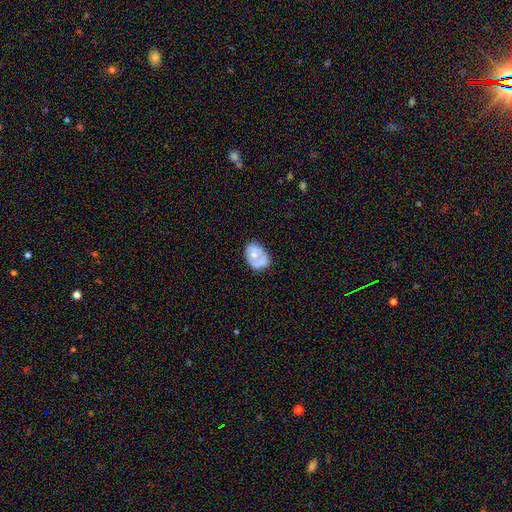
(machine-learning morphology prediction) A smooth galaxy with no disk features (53%) that is in between round and cigar-shaped (69%).

Vote fractions:
- Smooth or featured? smooth: 53% / featured or disk: 40% / star or artifact: 7%
- How rounded? in between: 69% / round: 30% / cigar-shaped: 1%
- Merging? none: 48% / minor disturbance: 30% / major disturbance: 15% / merger: 8%